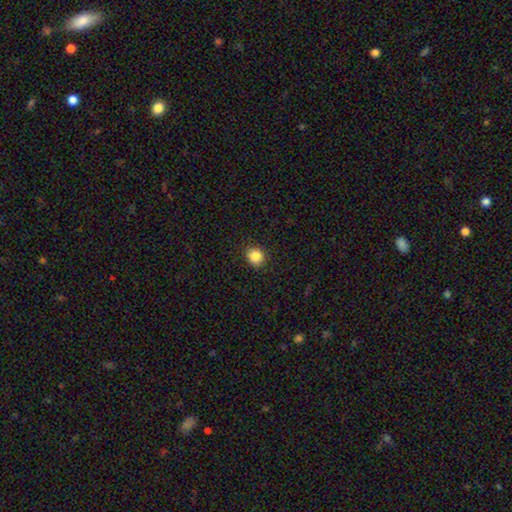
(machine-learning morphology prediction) Q: Smooth or featured?
A: smooth (85%); runner-up: star or artifact (10%)
Q: How rounded?
A: round (78%); runner-up: in between (21%)
Q: Merging?
A: none (89%); runner-up: minor disturbance (8%)